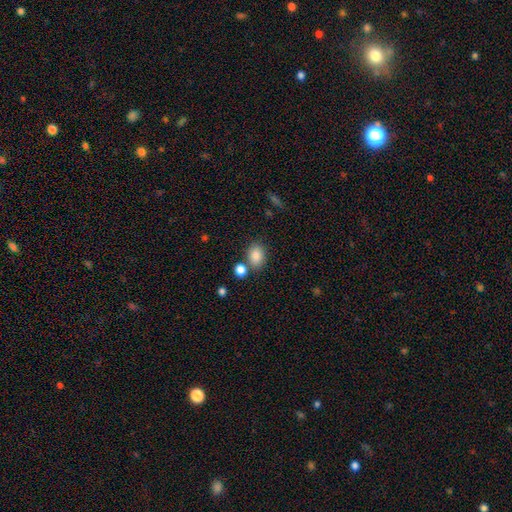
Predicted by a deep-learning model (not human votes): Smooth or featured? smooth (86%)
How rounded? in between (70%)
Merging? none (72%)